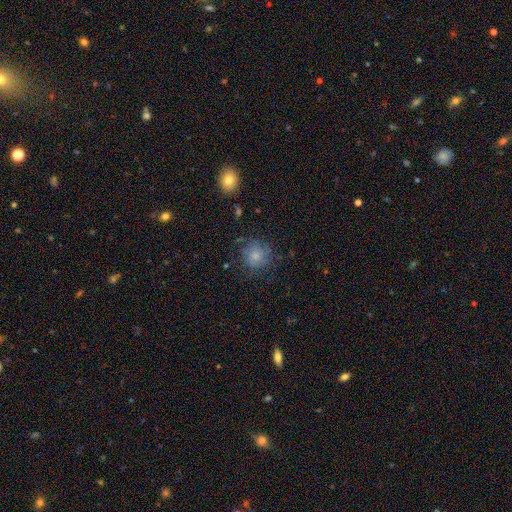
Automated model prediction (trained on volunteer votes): Smooth or featured? smooth (67%)
How rounded? round (90%)
Merging? none (69%)